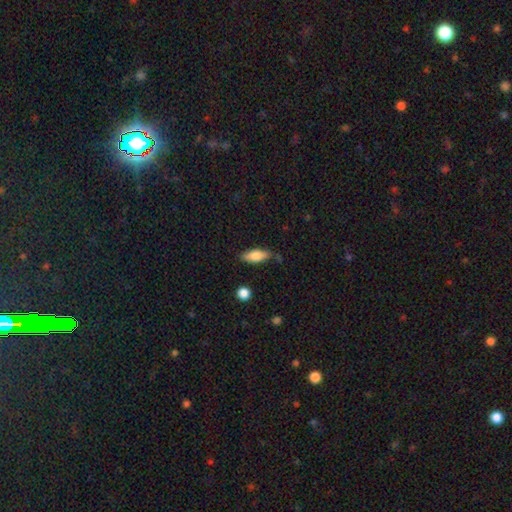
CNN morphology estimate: A smooth galaxy with no disk features (78%) that is in between round and cigar-shaped (72%). Merging: none (77%).